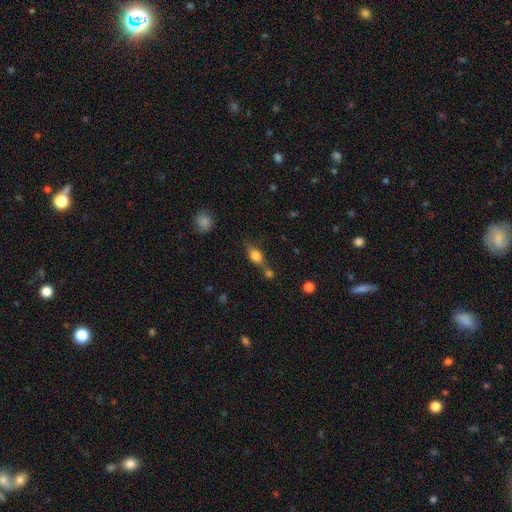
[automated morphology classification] smooth 76%, featured or disk 15%, star or artifact 10%. Down the decision tree: how rounded — in between (71%); merging — none (50%).